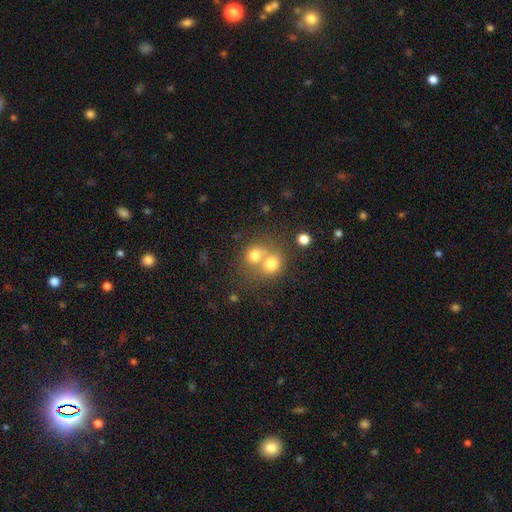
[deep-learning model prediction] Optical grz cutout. It shows a smooth galaxy with no disk features (69%) that is round (72%). Merging: merger (62%).